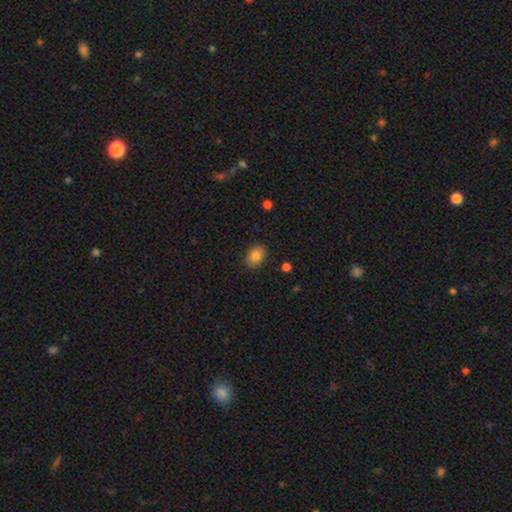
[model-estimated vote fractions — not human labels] Q: Smooth or featured?
A: smooth (85%); runner-up: star or artifact (9%)
Q: How rounded?
A: in between (66%); runner-up: round (33%)
Q: Merging?
A: none (85%); runner-up: minor disturbance (11%)